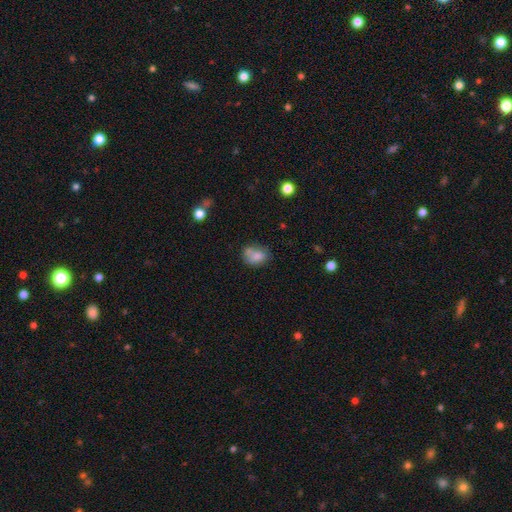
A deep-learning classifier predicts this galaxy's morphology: Overall: smooth (73%). How rounded: in between (66%; round 32%). Merging: none (42%; merger 29%).